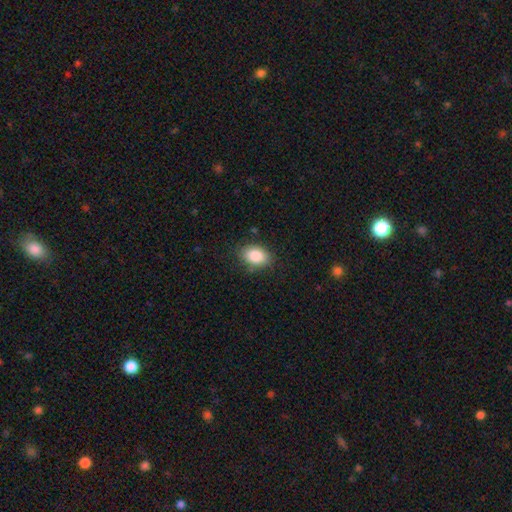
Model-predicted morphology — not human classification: type=smooth (86%); roundness=in between (82%); merging=none (82%).